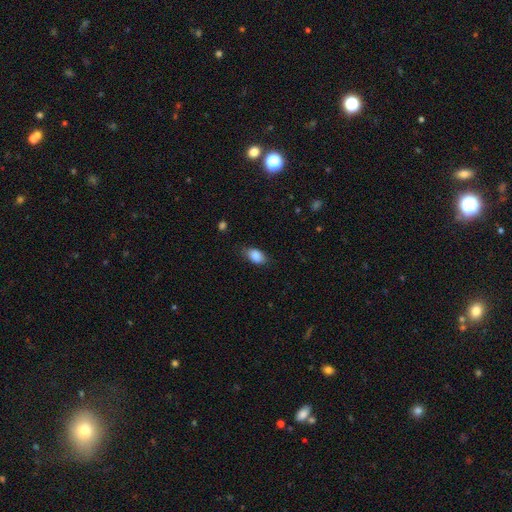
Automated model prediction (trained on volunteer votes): A smooth galaxy with no disk features (88%) that is in between round and cigar-shaped (89%).

Vote fractions:
- Smooth or featured? smooth: 88% / star or artifact: 7% / featured or disk: 5%
- How rounded? in between: 89% / round: 9% / cigar-shaped: 2%
- Merging? none: 73% / minor disturbance: 21% / major disturbance: 5% / merger: 1%